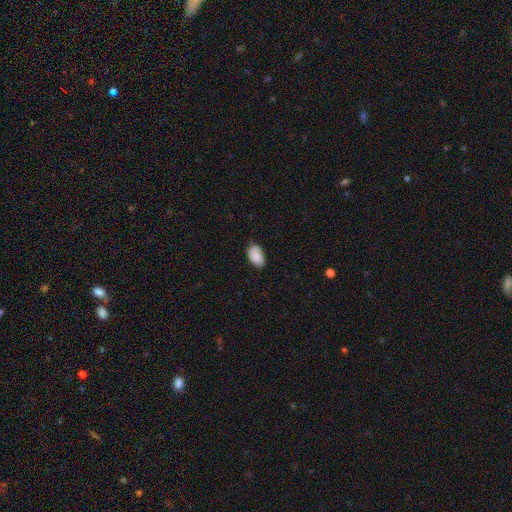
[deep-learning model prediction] smooth_or_featured: smooth (p=0.84) [alt: featured or disk p=0.09]
how_rounded: in between (p=0.91) [alt: round p=0.08]
merging: none (p=0.72) [alt: minor disturbance p=0.24]